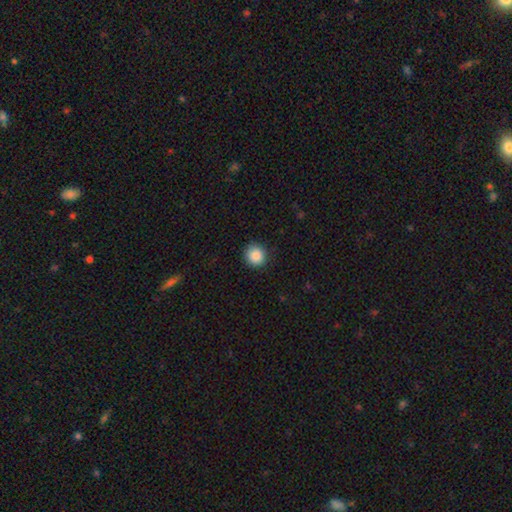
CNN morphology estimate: This appears to be a smooth galaxy with no disk features (88%) that is round (91%). Merging: none (90%).